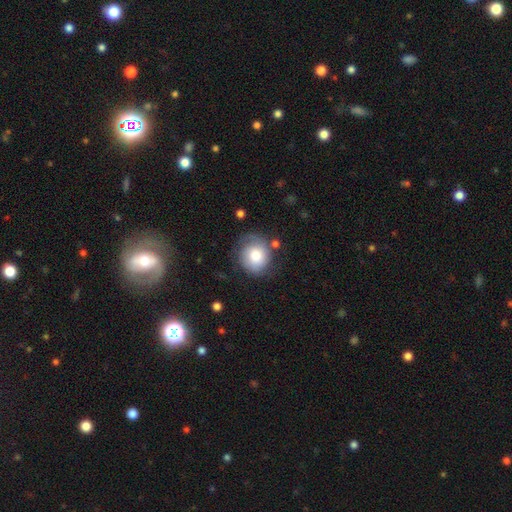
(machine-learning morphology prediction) The model was most divided on "merging": none: 63%, minor disturbance: 23%, major disturbance: 11%, merger: 3%. More confident: how rounded — round (84%); smooth or featured — smooth (68%).